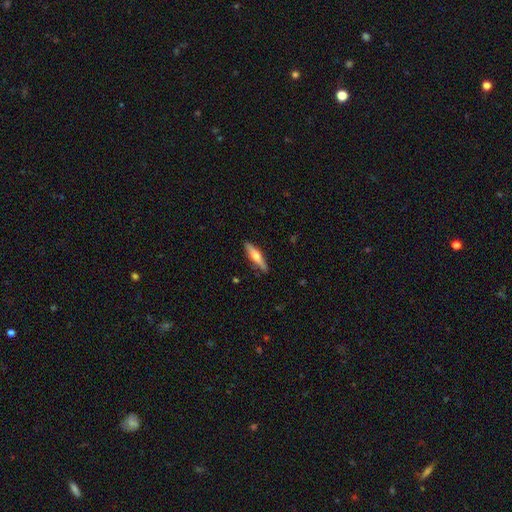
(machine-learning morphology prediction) smooth 53%, featured or disk 41%, star or artifact 5%. Down the decision tree: how rounded — cigar-shaped (81%); merging — none (88%).